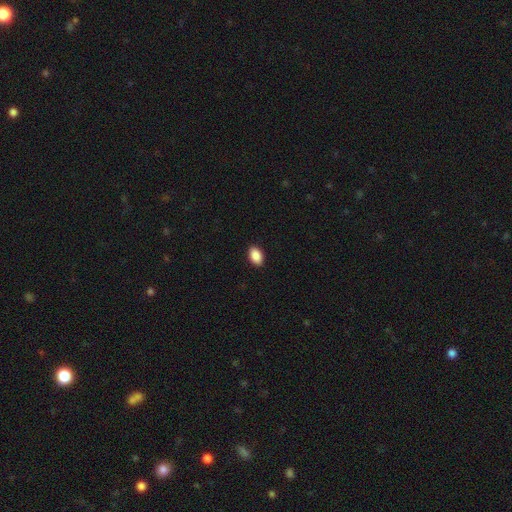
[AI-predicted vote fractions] Smooth or featured? Predicted: smooth (p=0.89). How rounded? Predicted: in between (p=0.91). Merging? Predicted: none (p=0.90).